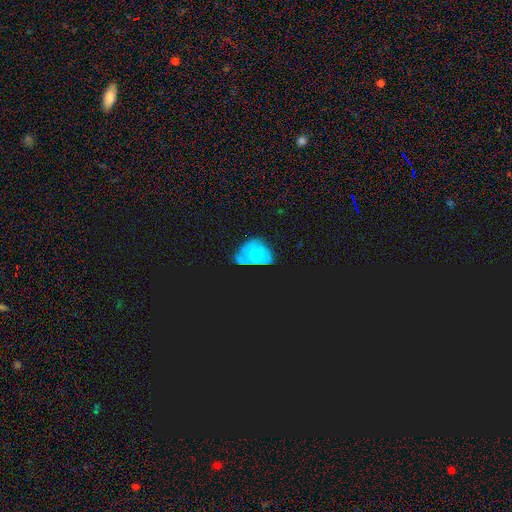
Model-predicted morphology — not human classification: type=star or artifact (41%).